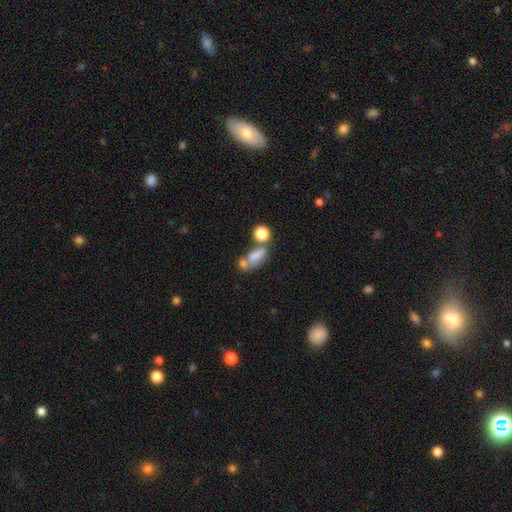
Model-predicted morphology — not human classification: Q: Smooth or featured?
A: smooth (72%); runner-up: featured or disk (16%)
Q: How rounded?
A: in between (72%); runner-up: cigar-shaped (16%)
Q: Merging?
A: merger (42%); runner-up: none (33%)